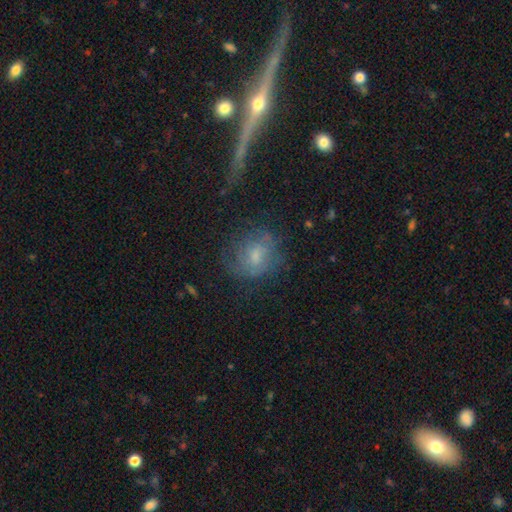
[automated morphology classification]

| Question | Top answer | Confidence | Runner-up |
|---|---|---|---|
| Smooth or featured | smooth | 50% | featured or disk (38%) |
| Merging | none | 60% | minor disturbance (21%) |